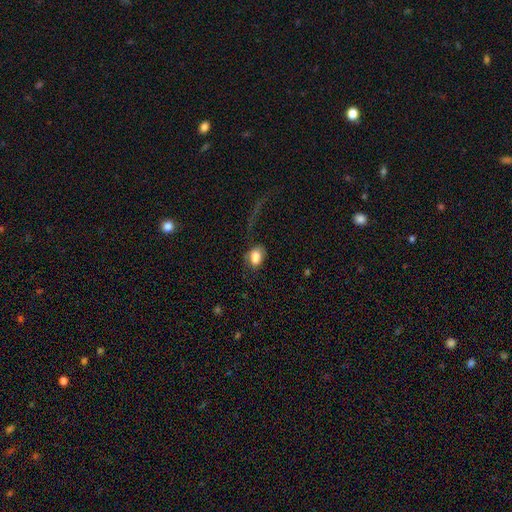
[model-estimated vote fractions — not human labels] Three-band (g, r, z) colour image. It shows a smooth galaxy with no disk features (79%) that is in between round and cigar-shaped (84%). Merging: none (47%).